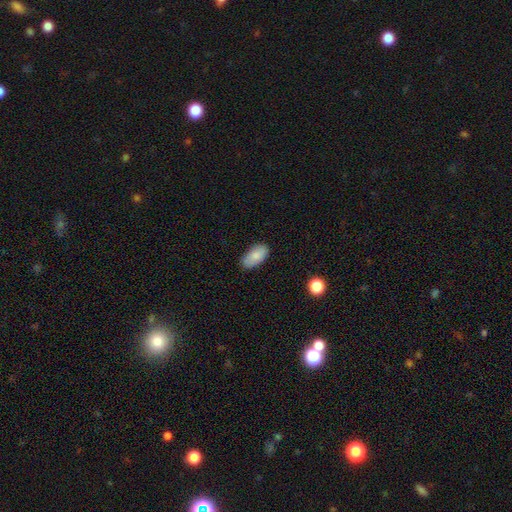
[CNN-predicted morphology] Smooth or featured? Predicted: smooth (p=0.85). How rounded? Predicted: in between (p=0.93). Merging? Predicted: none (p=0.84).